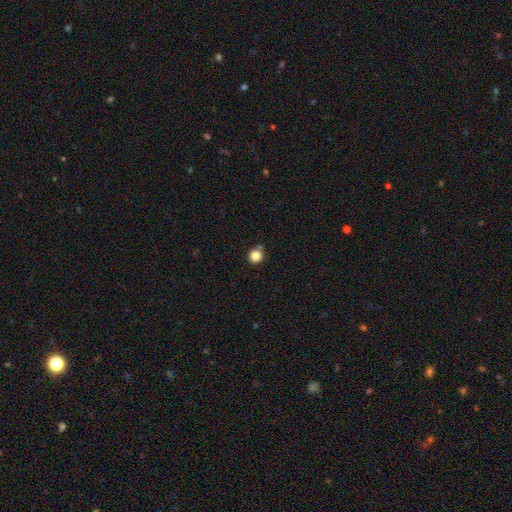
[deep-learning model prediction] Smooth or featured? Predicted: smooth (p=0.85). How rounded? Predicted: round (p=0.94). Merging? Predicted: none (p=0.83).